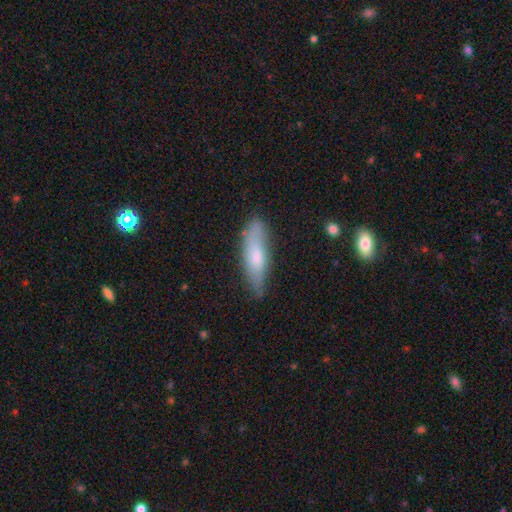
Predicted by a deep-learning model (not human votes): A smooth galaxy with no disk features (66%) that is cigar-shaped (62%).

Vote fractions:
- Smooth or featured? smooth: 66% / featured or disk: 28% / star or artifact: 6%
- How rounded? cigar-shaped: 62% / in between: 36% / round: 2%
- Merging? none: 74% / minor disturbance: 20% / major disturbance: 4% / merger: 2%